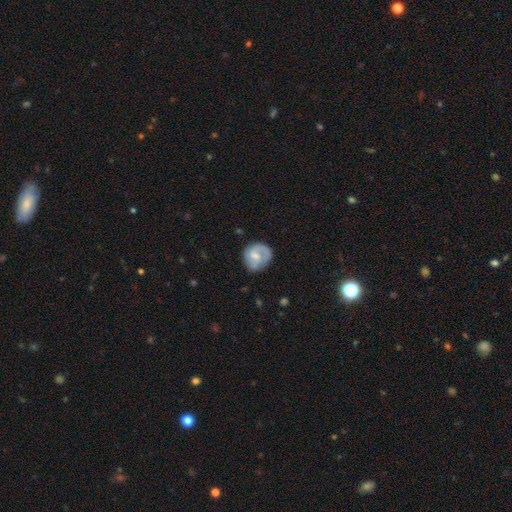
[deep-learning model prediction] Smooth or featured?
  - featured or disk: 57% *
  - smooth: 36%
  - star or artifact: 6%
Edge-on disk?
  - no: 98% *
  - yes: 2%
Bar?
  - weak: 47% *
  - no: 43%
  - strong: 9%
Spiral arms?
  - yes: 82% *
  - no: 18%
Bulge size?
  - moderate: 42% *
  - small: 38%
  - none: 14%
  - large: 5%
  - dominant: 1%
Merging?
  - none: 66% *
  - minor disturbance: 23%
  - major disturbance: 9%
  - merger: 2%